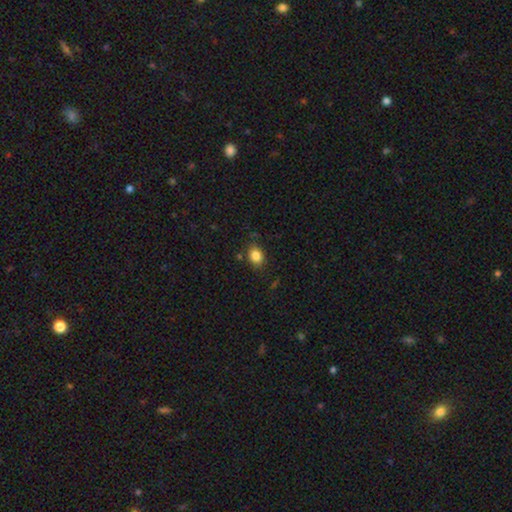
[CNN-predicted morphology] Q: Smooth or featured?
A: smooth (84%); runner-up: star or artifact (10%)
Q: How rounded?
A: in between (58%); runner-up: round (41%)
Q: Merging?
A: none (82%); runner-up: minor disturbance (12%)